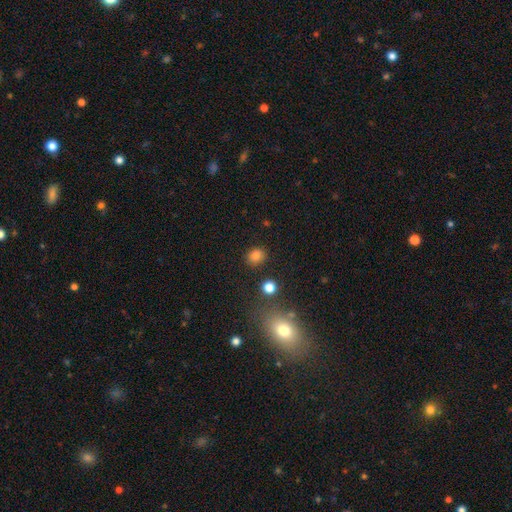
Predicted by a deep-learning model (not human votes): smooth-or-featured: smooth: 82% | star or artifact: 13% | featured or disk: 6%
  how-rounded: round: 63% | in between: 36% | cigar-shaped: 1%
  merging: none: 86% | minor disturbance: 9% | merger: 3% | major disturbance: 3%